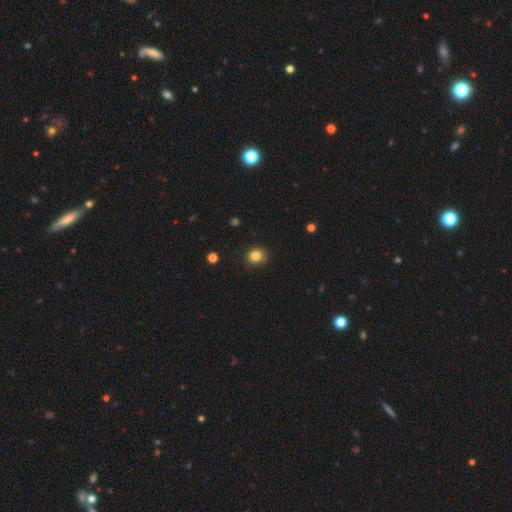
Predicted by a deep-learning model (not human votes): A smooth galaxy with no disk features (85%) that is round (80%).

Vote fractions:
- Smooth or featured? smooth: 85% / star or artifact: 11% / featured or disk: 4%
- How rounded? round: 80% / in between: 19% / cigar-shaped: 1%
- Merging? none: 86% / minor disturbance: 10% / major disturbance: 2% / merger: 1%